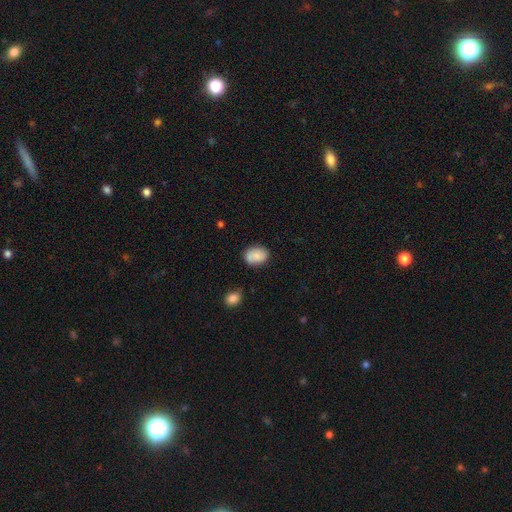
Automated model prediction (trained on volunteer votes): Morphology: type=smooth (78%); roundness=in between (72%); merging=none (72%).